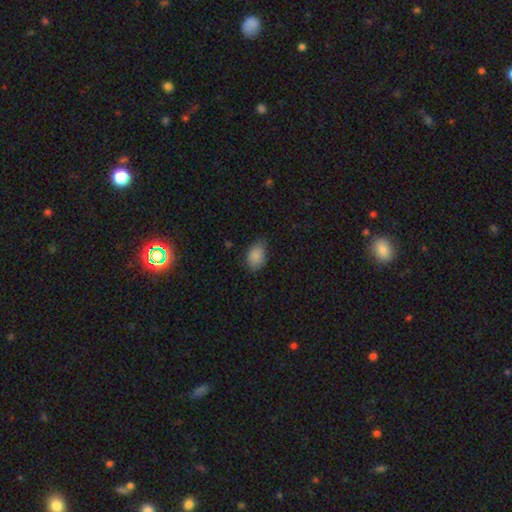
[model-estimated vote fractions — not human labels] Q: Smooth or featured?
A: smooth (88%); runner-up: star or artifact (8%)
Q: How rounded?
A: in between (84%); runner-up: round (15%)
Q: Merging?
A: none (69%); runner-up: minor disturbance (25%)